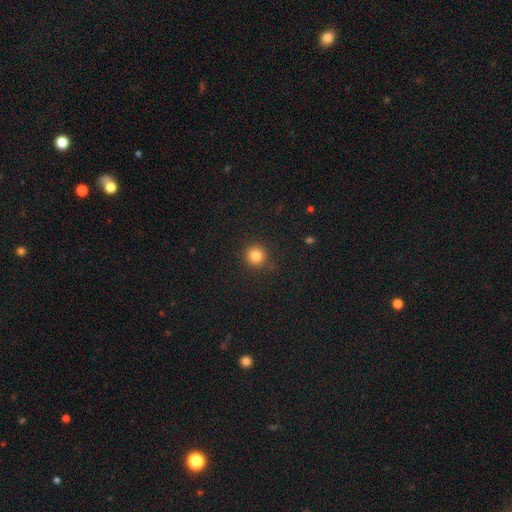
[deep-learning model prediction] smooth-or-featured: smooth: 83% | star or artifact: 12% | featured or disk: 5%
  how-rounded: round: 94% | in between: 5% | cigar-shaped: 1%
  merging: none: 88% | minor disturbance: 8% | major disturbance: 2% | merger: 2%